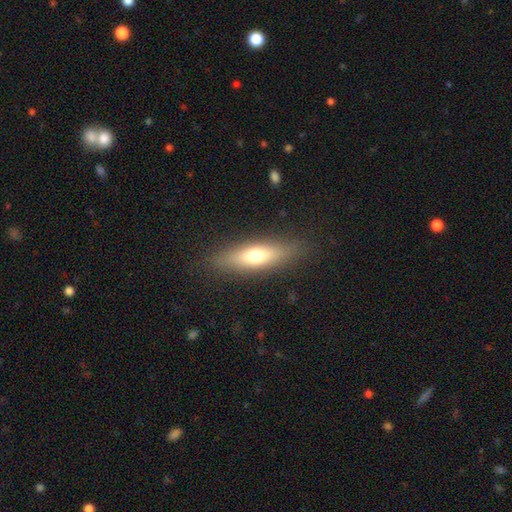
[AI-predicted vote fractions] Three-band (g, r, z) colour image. It shows a smooth galaxy with no disk features (61%) that is in between round and cigar-shaped (49%). Merging: none (86%).